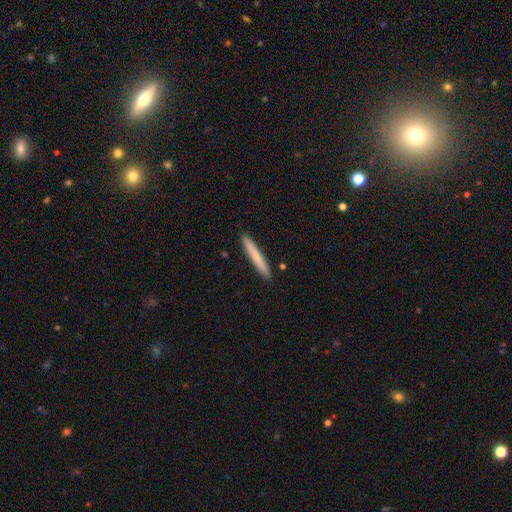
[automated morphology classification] Smooth or featured: smooth — 71% (featured or disk — 24%)
How rounded: cigar-shaped — 96% (in between — 3%)
Merging: none — 92% (minor disturbance — 6%)